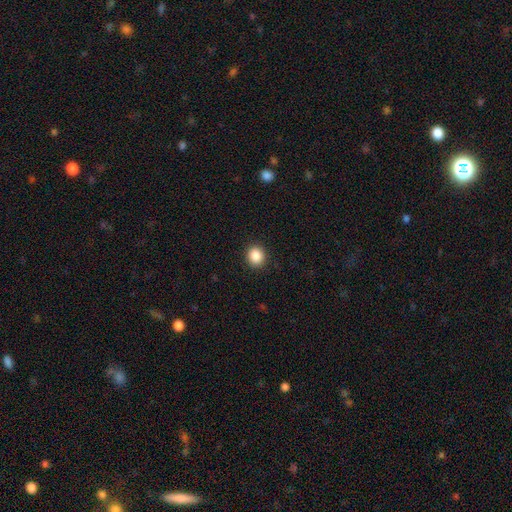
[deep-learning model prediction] Smooth or featured? smooth (88%)
How rounded? round (77%)
Merging? none (91%)